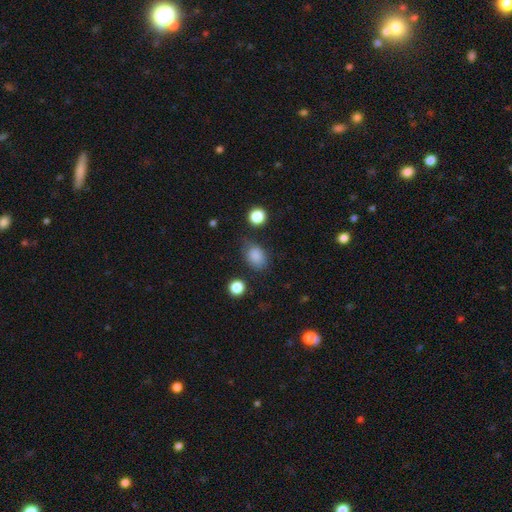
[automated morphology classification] This is clearly a smooth galaxy (85%). How rounded: likely in between (73%). Merging: likely none (65%).